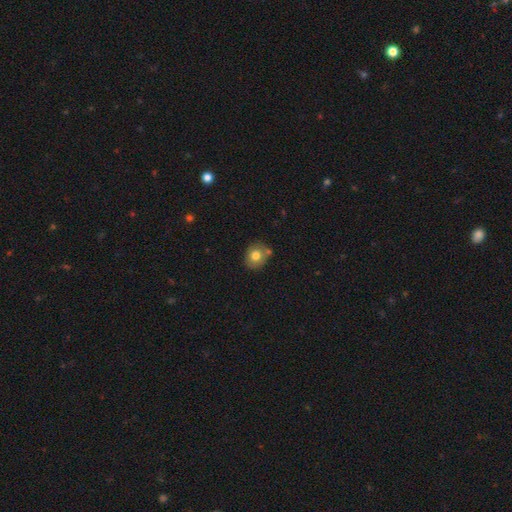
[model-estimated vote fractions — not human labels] A smooth galaxy with no disk features (77%) that is round (74%). Merging: none (73%).